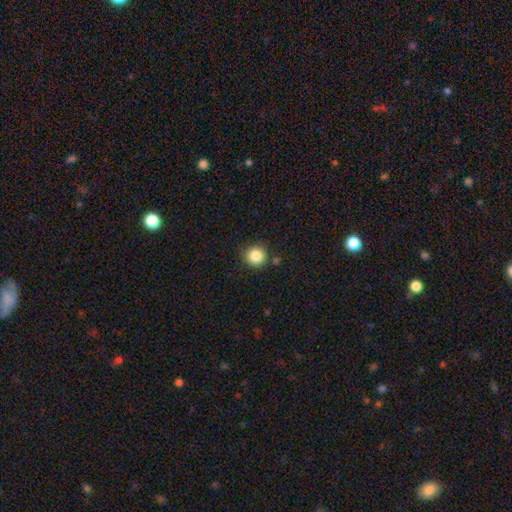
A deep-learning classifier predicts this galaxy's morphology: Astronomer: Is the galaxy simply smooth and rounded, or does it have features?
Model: smooth — 85%.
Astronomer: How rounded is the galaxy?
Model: round — 93%.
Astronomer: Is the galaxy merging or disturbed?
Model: none — 86%.